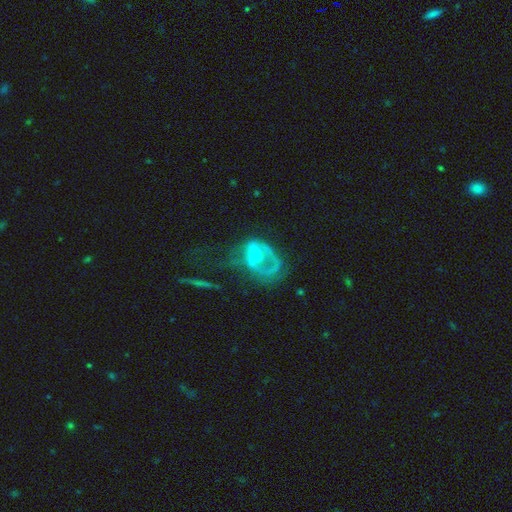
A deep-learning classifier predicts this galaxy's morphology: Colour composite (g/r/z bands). It shows a featured or disk galaxy (65%) with no bar (73%), no spiral arms (56%) and a moderate central bulge (52%). Merging: major disturbance (48%).